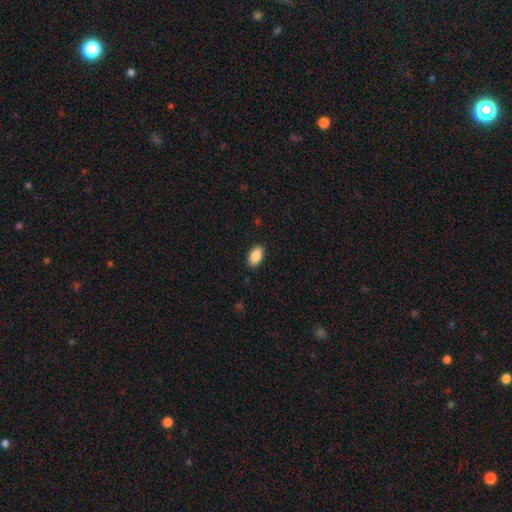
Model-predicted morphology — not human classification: This appears to be a smooth galaxy with no disk features (88%) that is in between round and cigar-shaped (93%). Merging: none (89%).